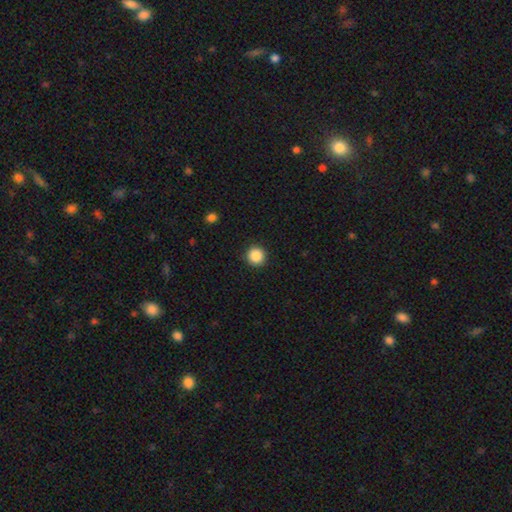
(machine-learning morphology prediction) A smooth galaxy with no disk features (87%) that is round (95%).

Vote fractions:
- Smooth or featured? smooth: 87% / star or artifact: 10% / featured or disk: 3%
- How rounded? round: 95% / in between: 4% / cigar-shaped: 1%
- Merging? none: 92% / minor disturbance: 5% / major disturbance: 2% / merger: 1%